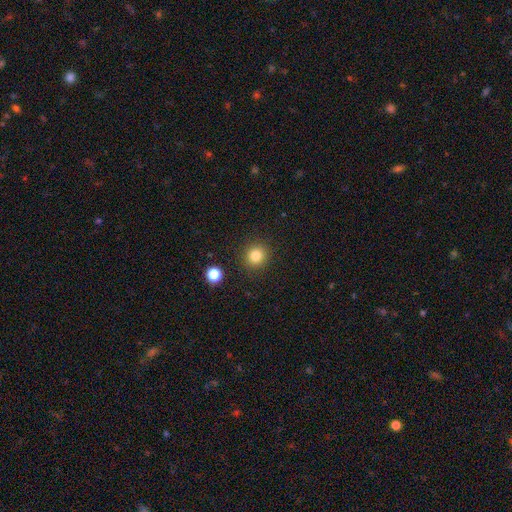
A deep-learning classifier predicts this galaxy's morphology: A smooth galaxy with no disk features (81%) that is round (90%).

Vote fractions:
- Smooth or featured? smooth: 81% / star or artifact: 13% / featured or disk: 6%
- How rounded? round: 90% / in between: 9% / cigar-shaped: 1%
- Merging? none: 90% / minor disturbance: 6% / major disturbance: 2% / merger: 2%